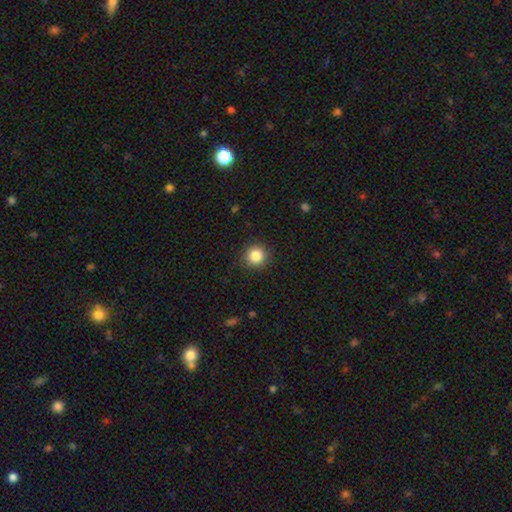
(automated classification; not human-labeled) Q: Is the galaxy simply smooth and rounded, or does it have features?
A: smooth — 85%.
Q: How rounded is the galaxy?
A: round — 94%.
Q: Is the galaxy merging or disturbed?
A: none — 91%.